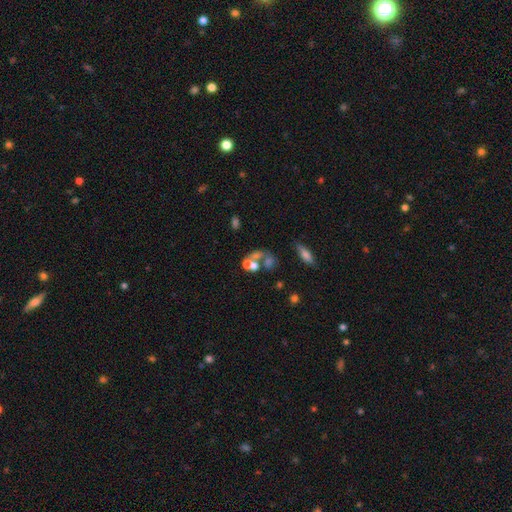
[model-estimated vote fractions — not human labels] A smooth galaxy with no disk features (36%). Merging: none (40%).